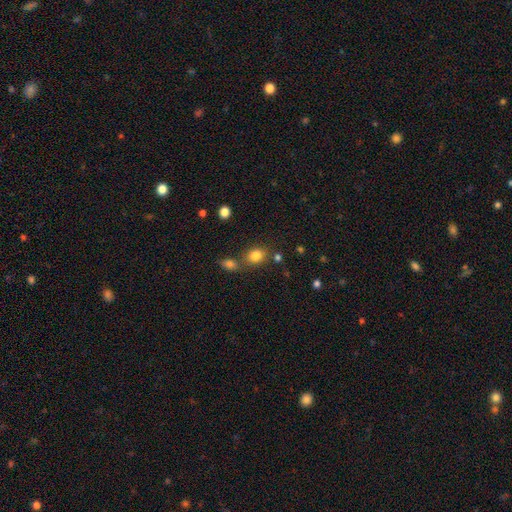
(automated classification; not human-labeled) A smooth galaxy with no disk features (82%) that is in between round and cigar-shaped (53%).

Vote fractions:
- Smooth or featured? smooth: 82% / star or artifact: 11% / featured or disk: 7%
- How rounded? in between: 53% / round: 45% / cigar-shaped: 1%
- Merging? none: 61% / merger: 23% / minor disturbance: 11% / major disturbance: 4%